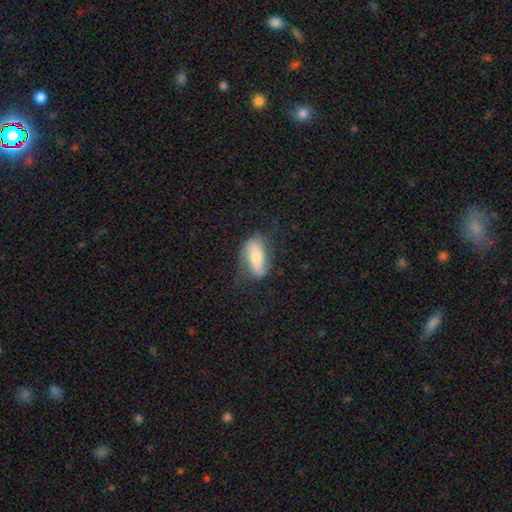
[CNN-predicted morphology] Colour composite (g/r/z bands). It shows a smooth galaxy with no disk features (48%). Merging: none (62%).